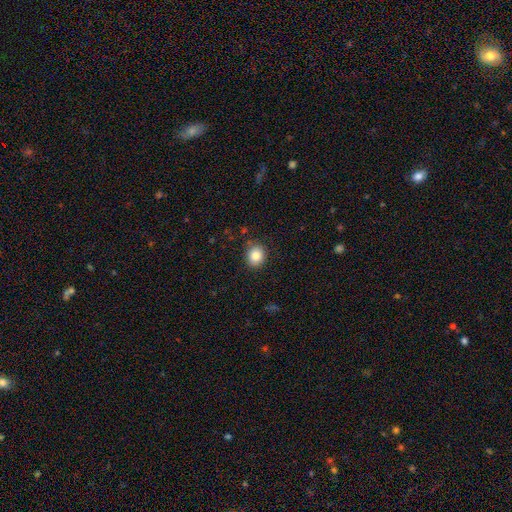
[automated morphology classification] A smooth galaxy with no disk features (83%) that is round (73%). Merging: none (87%).